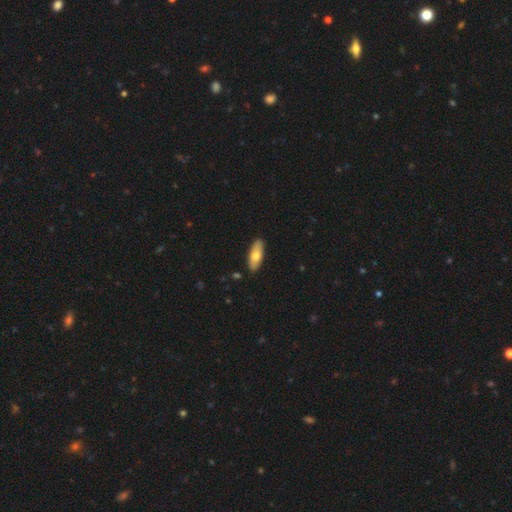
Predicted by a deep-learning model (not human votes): A smooth galaxy with no disk features (68%) that is in between round and cigar-shaped (74%). Merging: none (88%).